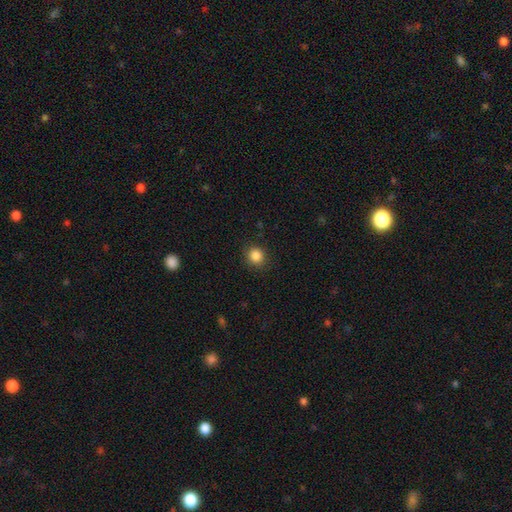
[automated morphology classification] smooth 86%, star or artifact 11%, featured or disk 4%. Down the decision tree: how rounded — round (86%); merging — none (89%).